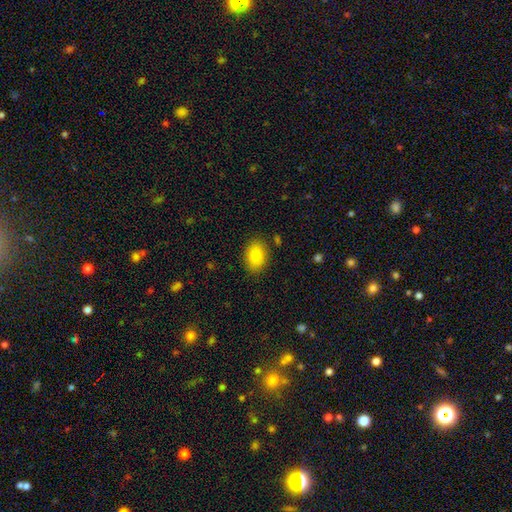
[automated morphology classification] type=smooth (84%); roundness=in between (82%); merging=none (86%).